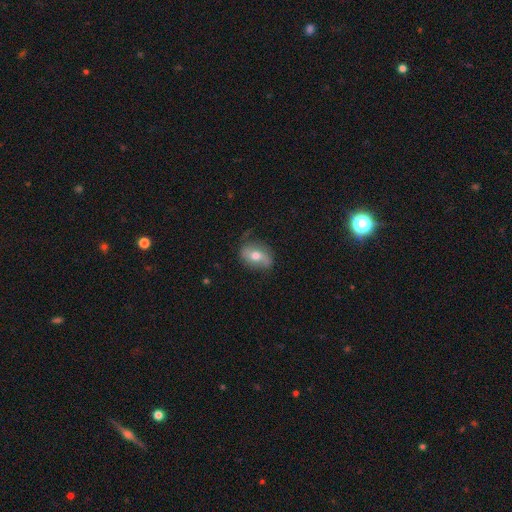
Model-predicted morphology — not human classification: A smooth galaxy with no disk features (52%) that is in between round and cigar-shaped (77%). Merging: none (72%).